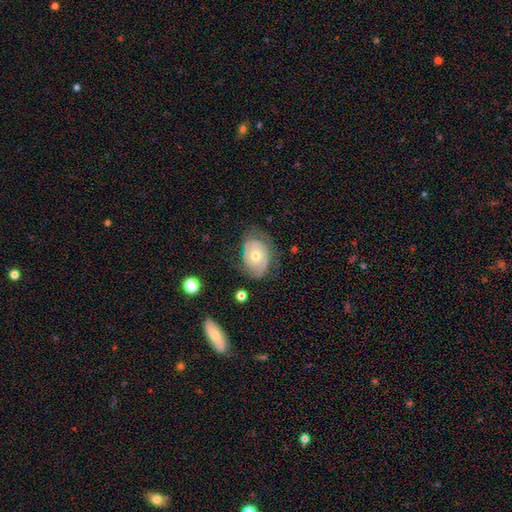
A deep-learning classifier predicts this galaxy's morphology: This appears to be a featured or disk galaxy (64%) with no bar (81%), spiral arms (79%) and a moderate central bulge (60%). Merging: none (64%).